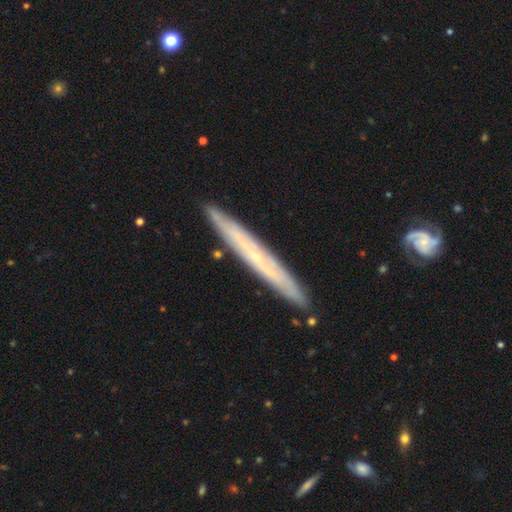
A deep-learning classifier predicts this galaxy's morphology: Smooth or featured: featured or disk — 62% (smooth — 31%)
Edge-on disk: yes — 87% (no — 13%)
Edge-on bulge: none — 73% (rounded — 24%)
Merging: none — 90% (minor disturbance — 8%)